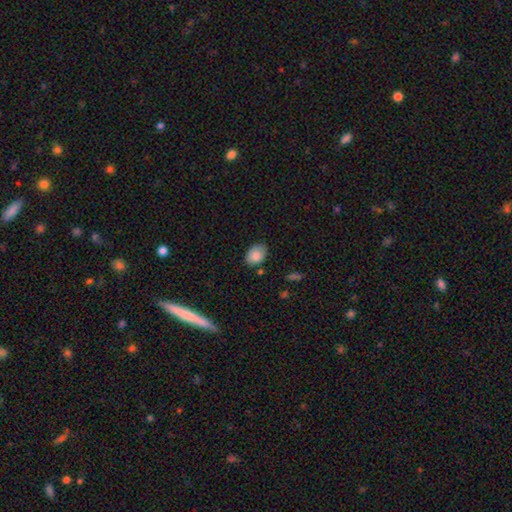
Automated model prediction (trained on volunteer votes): smooth_or_featured: smooth (p=0.86) [alt: star or artifact p=0.08]
how_rounded: in between (p=0.79) [alt: round p=0.20]
merging: none (p=0.75) [alt: minor disturbance p=0.19]